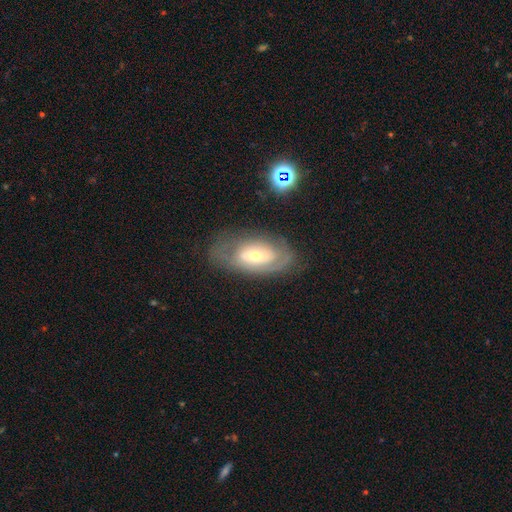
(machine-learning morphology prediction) The model was most divided on "bulge size": small: 51%, moderate: 42%, large: 5%, dominant: 1%, none: 1%. Remaining: edge-on disk — no (91%); spiral arms — yes (71%); smooth or featured — featured or disk (67%); merging — none (62%); bar — no (47%).